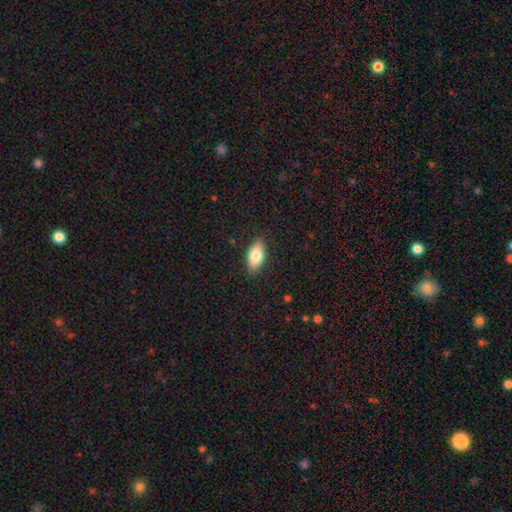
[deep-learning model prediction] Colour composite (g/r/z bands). It shows a smooth galaxy with no disk features (80%) that is in between round and cigar-shaped (90%). Merging: none (87%).